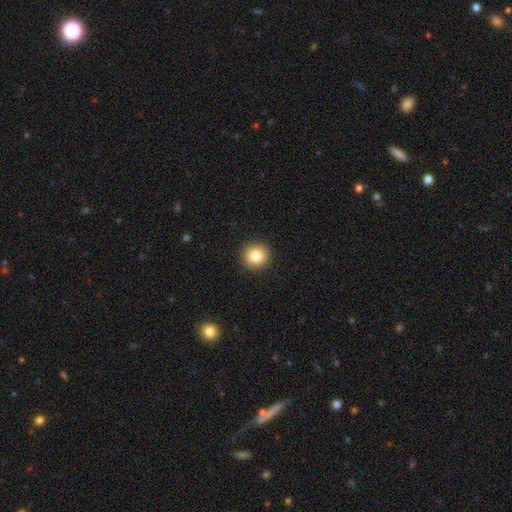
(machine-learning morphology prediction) Smooth or featured? Predicted: smooth (p=0.84). How rounded? Predicted: round (p=0.91). Merging? Predicted: none (p=0.92).